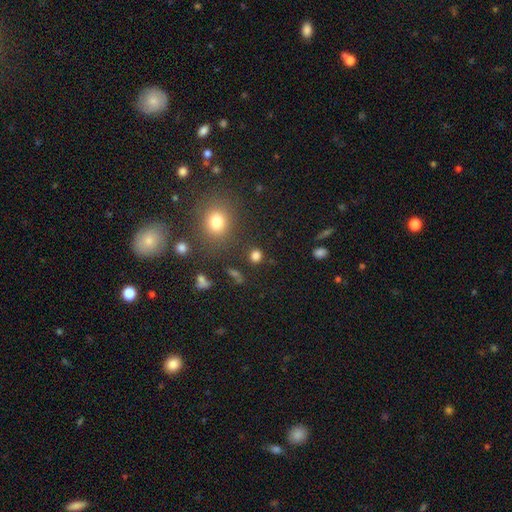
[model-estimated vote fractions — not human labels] This appears to be a smooth galaxy with no disk features (79%) that is round (82%). Merging: none (84%).